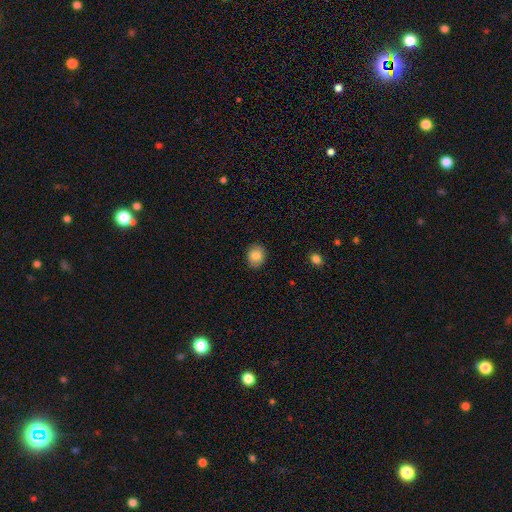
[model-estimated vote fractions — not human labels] A smooth galaxy with no disk features (84%) that is round (59%).

Vote fractions:
- Smooth or featured? smooth: 84% / star or artifact: 8% / featured or disk: 8%
- How rounded? round: 59% / in between: 40% / cigar-shaped: 1%
- Merging? none: 88% / minor disturbance: 9% / major disturbance: 2% / merger: 1%